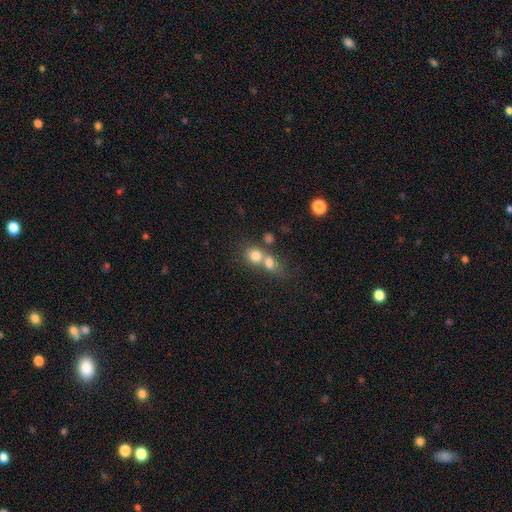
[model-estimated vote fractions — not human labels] Smooth or featured? Predicted: smooth (p=0.75). How rounded? Predicted: round (p=0.67). Merging? Predicted: merger (p=0.63).